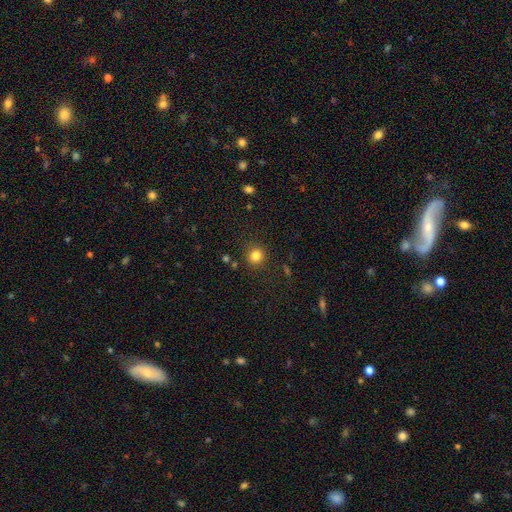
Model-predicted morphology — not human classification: A smooth galaxy with no disk features (82%) that is round (90%). Merging: none (88%).